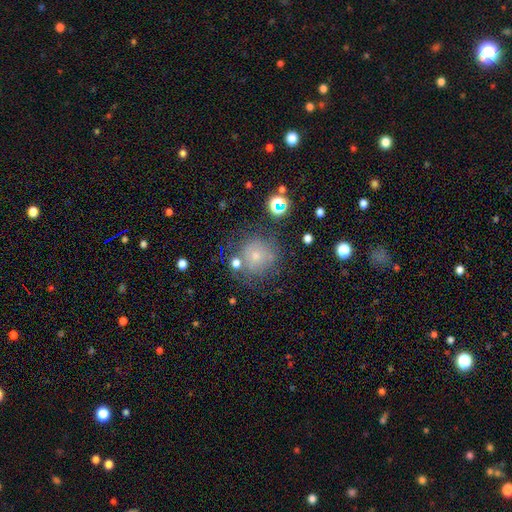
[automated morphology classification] The model was most divided on "smooth or featured": smooth: 59%, featured or disk: 23%, star or artifact: 18%. More confident: how rounded — round (92%); merging — none (65%).